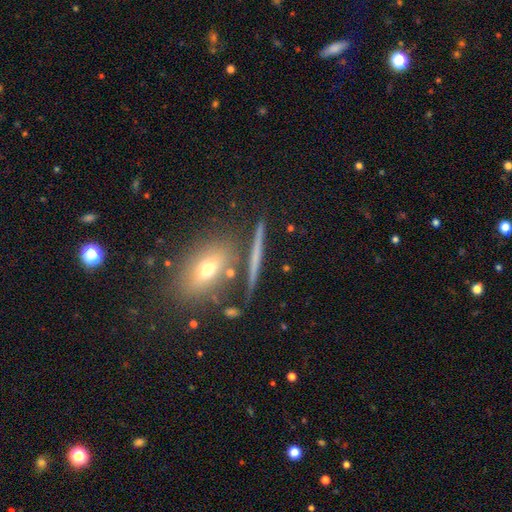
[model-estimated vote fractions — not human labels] This appears to be a featured or disk galaxy (50%) viewed edge-on (86%). Merging: none (79%).